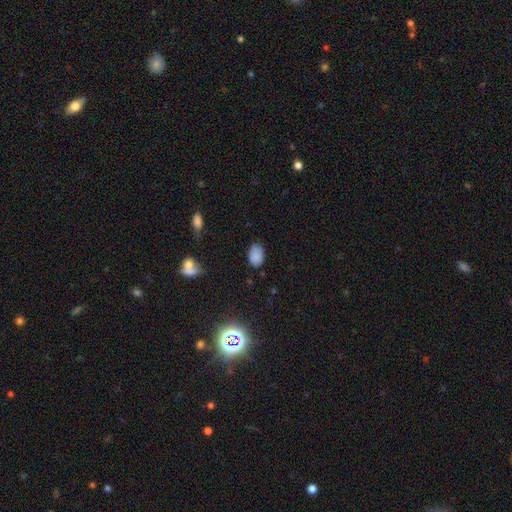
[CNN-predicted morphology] This is clearly a smooth galaxy (83%). How rounded: clearly in between (86%). Merging: likely none (76%).